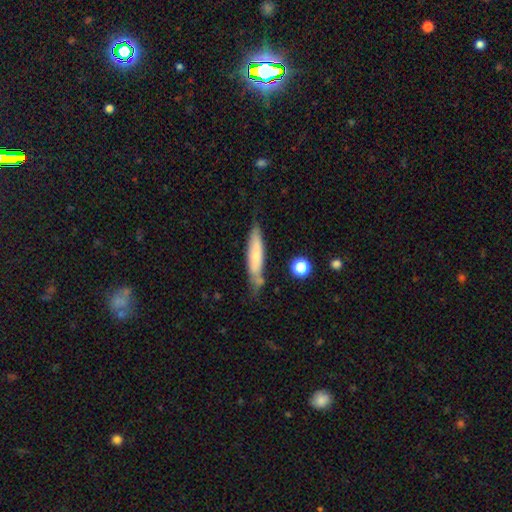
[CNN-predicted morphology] smooth-or-featured: smooth: 64% | featured or disk: 30% | star or artifact: 6%
  how-rounded: cigar-shaped: 84% | in between: 15% | round: 1%
  merging: none: 65% | minor disturbance: 23% | merger: 8% | major disturbance: 5%